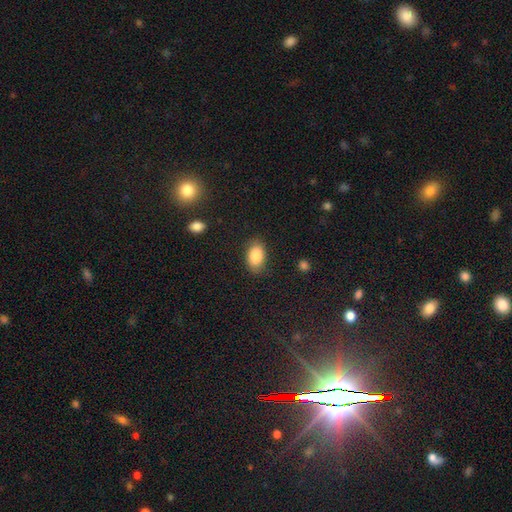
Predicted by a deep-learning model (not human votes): Q: Smooth or featured?
A: smooth (84%); runner-up: featured or disk (8%)
Q: How rounded?
A: in between (89%); runner-up: round (9%)
Q: Merging?
A: none (83%); runner-up: minor disturbance (12%)